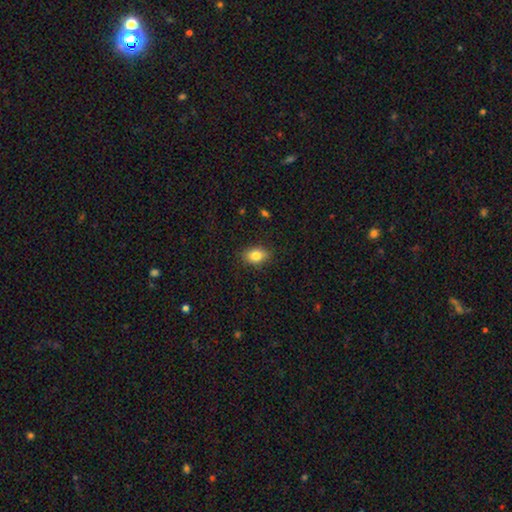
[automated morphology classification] smooth 83%, star or artifact 9%, featured or disk 8%. Down the decision tree: how rounded — in between (77%); merging — none (86%).